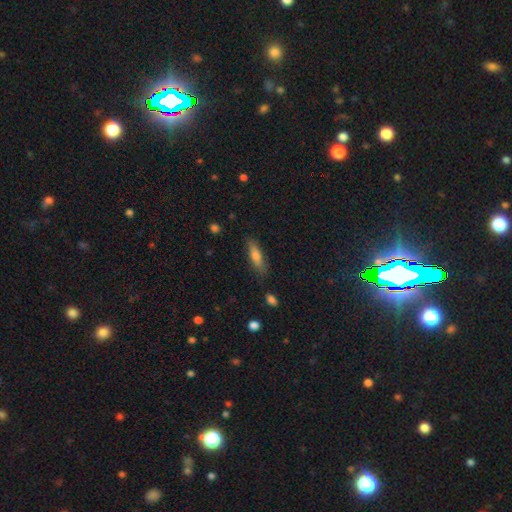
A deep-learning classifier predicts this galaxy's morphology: A smooth galaxy with no disk features (71%) that is cigar-shaped (53%).

Vote fractions:
- Smooth or featured? smooth: 71% / featured or disk: 22% / star or artifact: 7%
- How rounded? cigar-shaped: 53% / in between: 45% / round: 2%
- Merging? none: 81% / minor disturbance: 14% / major disturbance: 3% / merger: 2%